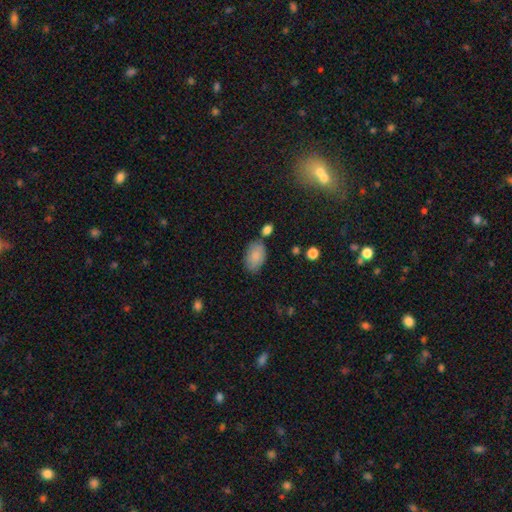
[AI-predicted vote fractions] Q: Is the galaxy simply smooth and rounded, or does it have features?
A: smooth — 86%.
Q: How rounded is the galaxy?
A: in between — 89%.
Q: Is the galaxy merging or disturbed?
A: none — 67%.